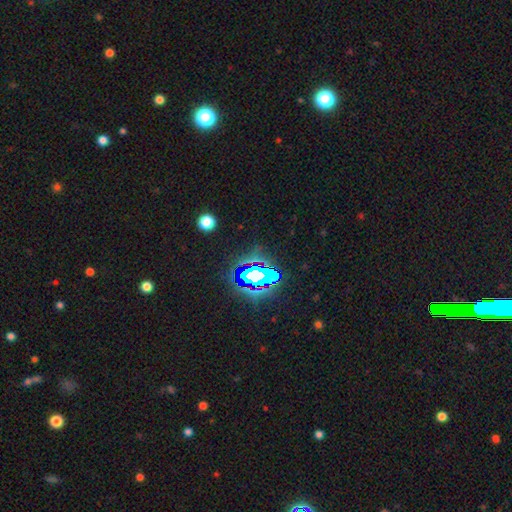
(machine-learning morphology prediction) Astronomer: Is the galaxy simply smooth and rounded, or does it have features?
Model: star or artifact — 77%.